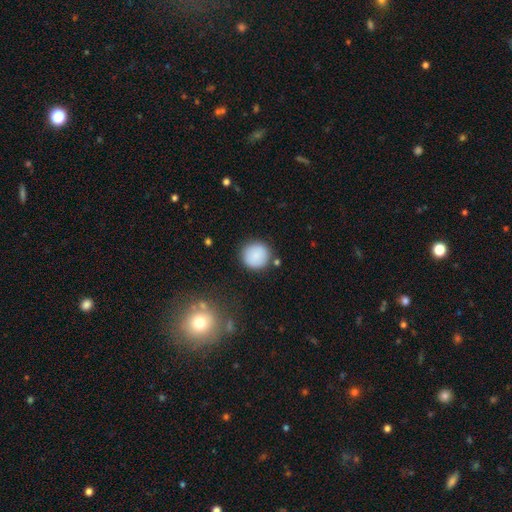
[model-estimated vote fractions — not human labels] Smooth or featured: smooth — 86% (star or artifact — 8%)
How rounded: round — 94% (in between — 5%)
Merging: none — 86% (minor disturbance — 9%)